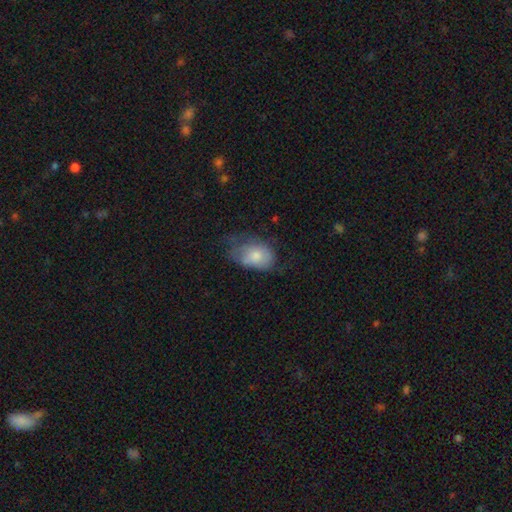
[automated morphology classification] The model was most divided on "merging": minor disturbance: 37%, none: 33%, major disturbance: 28%, merger: 2%. More confident: how rounded — in between (84%); smooth or featured — smooth (66%).